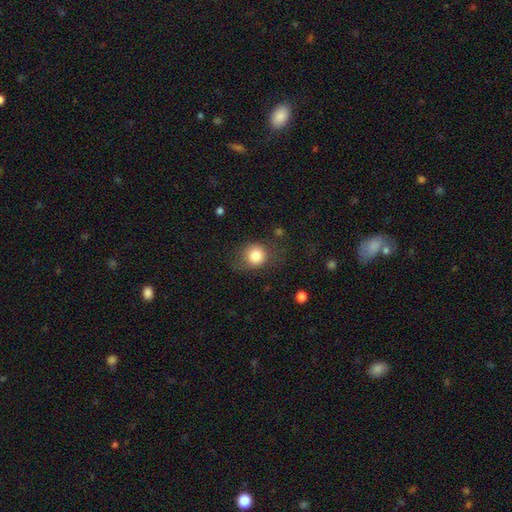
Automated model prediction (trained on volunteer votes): This appears to be a smooth galaxy with no disk features (82%) that is round (78%). Merging: none (65%).